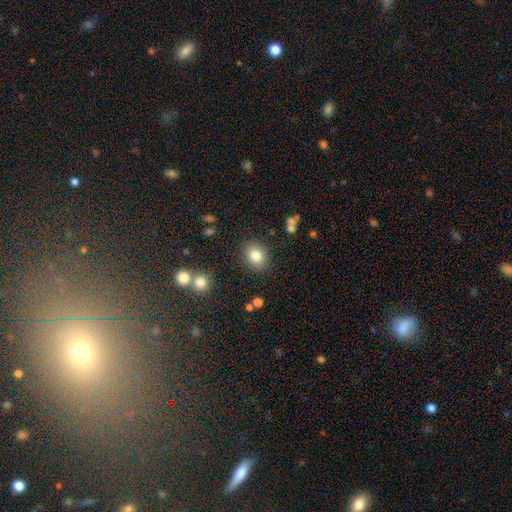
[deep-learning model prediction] Q: Smooth or featured?
A: smooth (81%); runner-up: star or artifact (10%)
Q: How rounded?
A: round (60%); runner-up: in between (40%)
Q: Merging?
A: none (86%); runner-up: minor disturbance (9%)